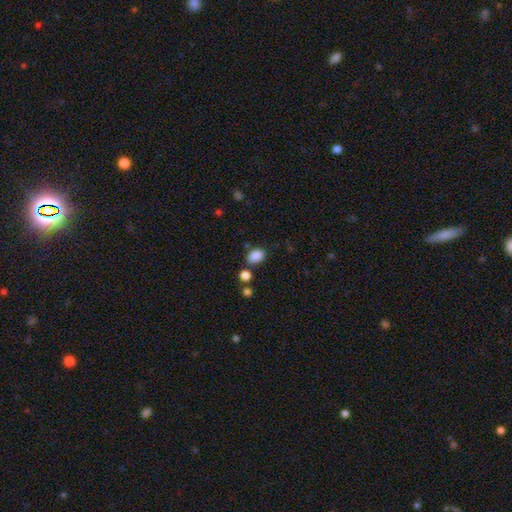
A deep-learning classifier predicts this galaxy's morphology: Smooth or featured? Predicted: smooth (p=0.86). How rounded? Predicted: in between (p=0.74). Merging? Predicted: none (p=0.72).